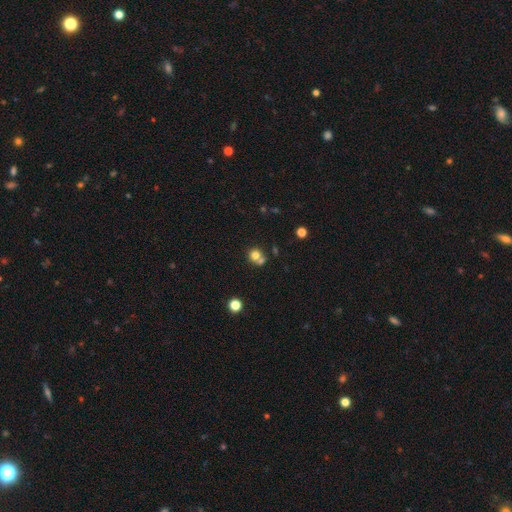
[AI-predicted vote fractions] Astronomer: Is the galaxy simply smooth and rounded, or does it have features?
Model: smooth — 76%.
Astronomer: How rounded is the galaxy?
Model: round — 84%.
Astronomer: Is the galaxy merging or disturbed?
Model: none — 48% (runner-up: merger, 40%).